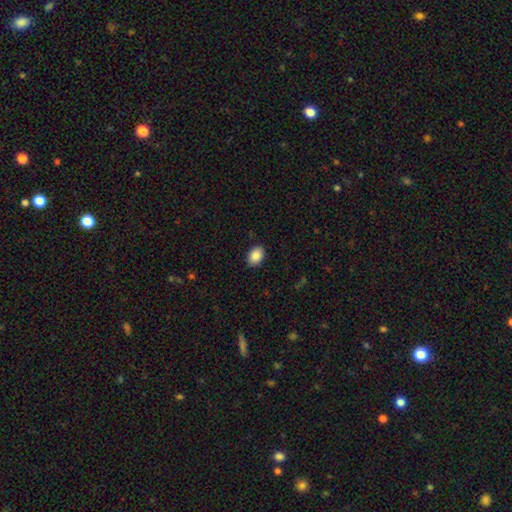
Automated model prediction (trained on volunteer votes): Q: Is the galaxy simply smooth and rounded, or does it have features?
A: smooth — 88%.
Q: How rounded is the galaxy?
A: in between — 80%.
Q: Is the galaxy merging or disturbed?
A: none — 89%.